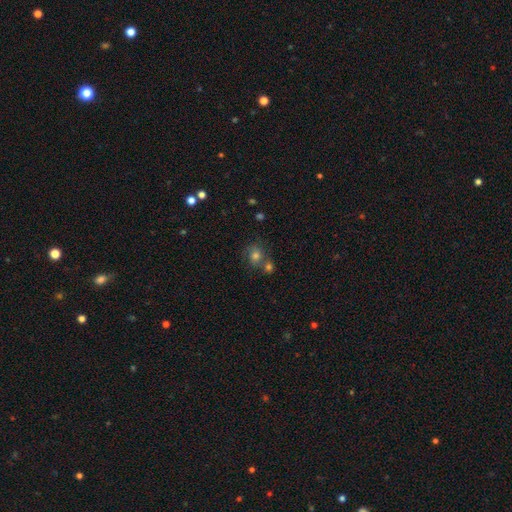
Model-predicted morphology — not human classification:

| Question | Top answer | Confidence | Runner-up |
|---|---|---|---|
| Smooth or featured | smooth | 54% | featured or disk (24%) |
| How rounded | round | 75% | in between (23%) |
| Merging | none | 60% | merger (22%) |